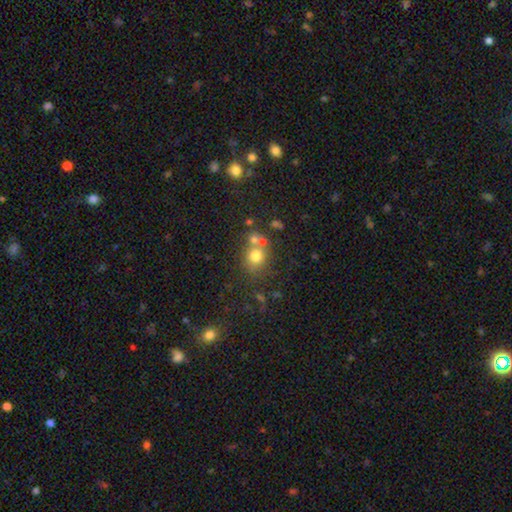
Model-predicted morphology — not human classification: smooth_or_featured: smooth (p=0.71) [alt: star or artifact p=0.15]
how_rounded: round (p=0.79) [alt: in between p=0.20]
merging: none (p=0.54) [alt: merger p=0.30]